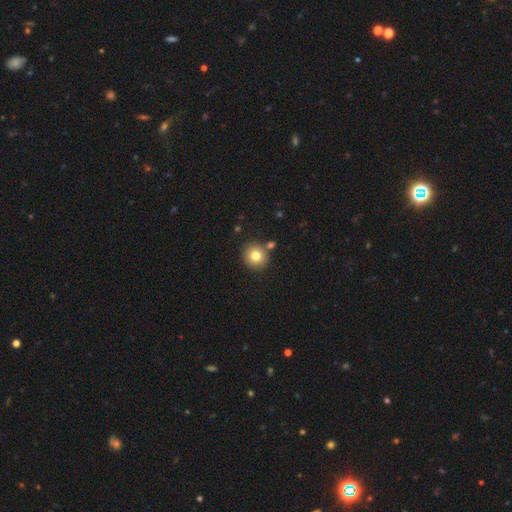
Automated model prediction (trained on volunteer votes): A smooth galaxy with no disk features (80%) that is round (90%). Merging: none (79%).